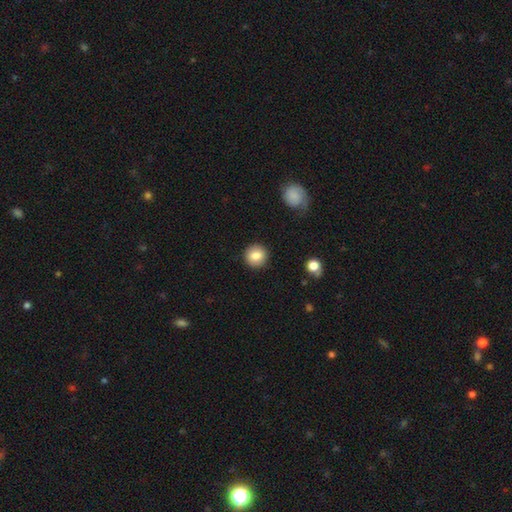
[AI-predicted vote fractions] Smooth or featured? Predicted: smooth (p=0.84). How rounded? Predicted: round (p=0.92). Merging? Predicted: none (p=0.91).